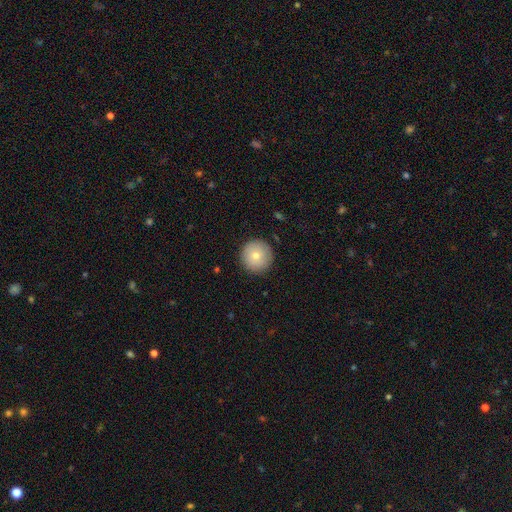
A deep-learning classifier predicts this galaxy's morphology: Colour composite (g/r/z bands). It shows a smooth galaxy with no disk features (77%) that is round (96%). Merging: none (90%).